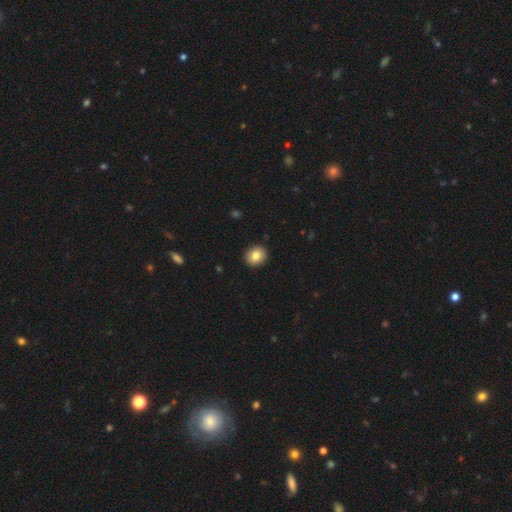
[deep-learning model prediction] smooth_or_featured: smooth (p=0.84) [alt: star or artifact p=0.09]
how_rounded: round (p=0.72) [alt: in between p=0.27]
merging: none (p=0.92) [alt: minor disturbance p=0.06]